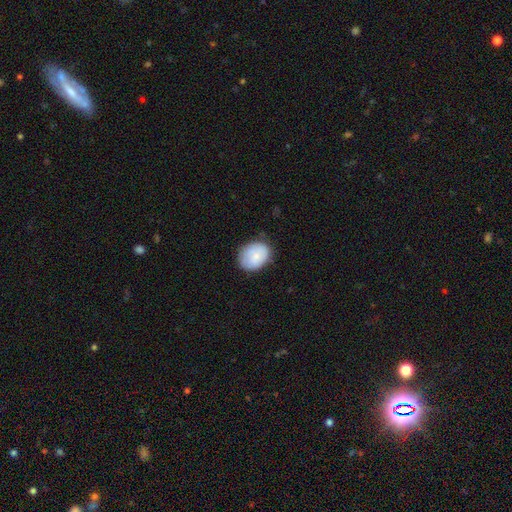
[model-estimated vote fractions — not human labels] Smooth or featured?
  - smooth: 78% *
  - featured or disk: 16%
  - star or artifact: 7%
How rounded?
  - in between: 60% *
  - round: 39%
  - cigar-shaped: 1%
Merging?
  - none: 73% *
  - minor disturbance: 22%
  - major disturbance: 4%
  - merger: 1%